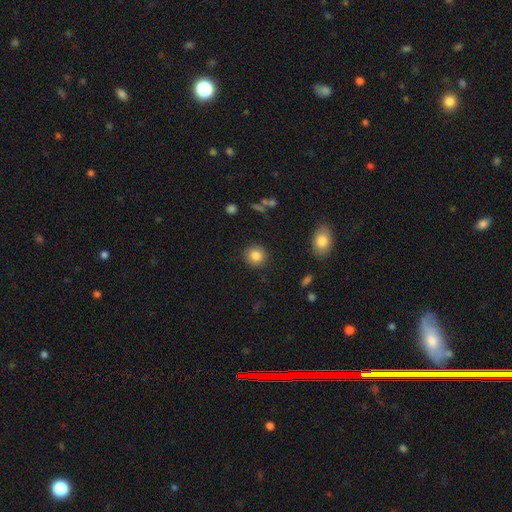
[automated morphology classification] This is clearly a smooth galaxy (84%). How rounded: clearly round (88%). Merging: clearly none (90%).